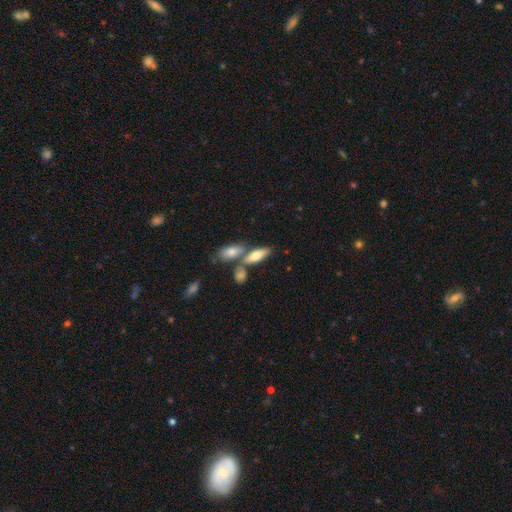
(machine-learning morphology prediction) Smooth or featured? smooth (69%)
How rounded? in between (68%)
Merging? none (49%)